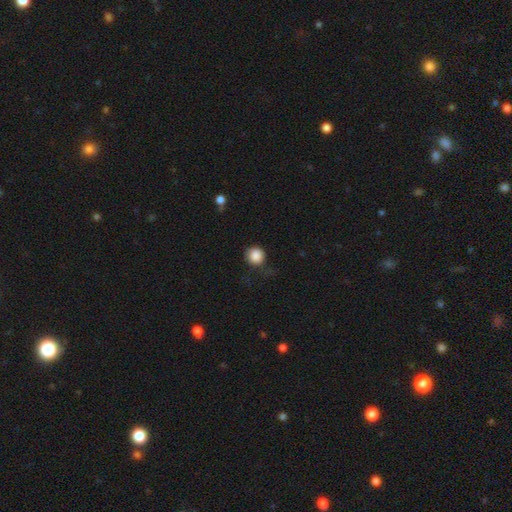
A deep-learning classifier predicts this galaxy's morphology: Overall: smooth (87%). How rounded: round (91%). Merging: none (67%).